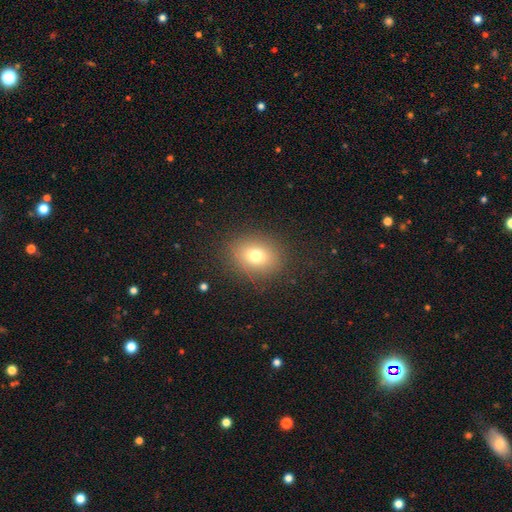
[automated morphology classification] smooth_or_featured: smooth (p=0.74) [alt: star or artifact p=0.14]
how_rounded: round (p=0.56) [alt: in between p=0.43]
merging: none (p=0.87) [alt: minor disturbance p=0.08]